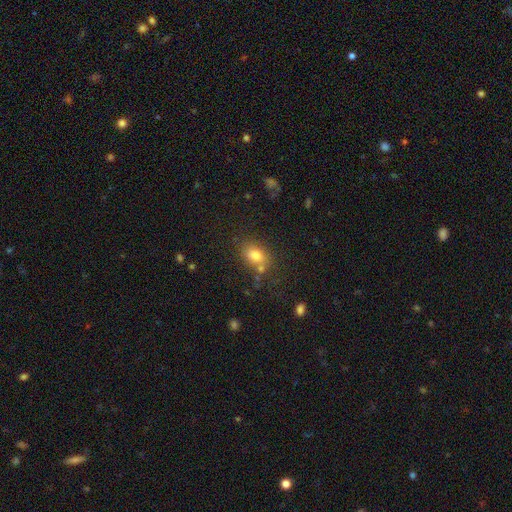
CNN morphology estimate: Smooth or featured?
  - smooth: 77% *
  - star or artifact: 12%
  - featured or disk: 11%
How rounded?
  - in between: 72% *
  - round: 26%
  - cigar-shaped: 2%
Merging?
  - none: 66% *
  - minor disturbance: 15%
  - merger: 14%
  - major disturbance: 5%